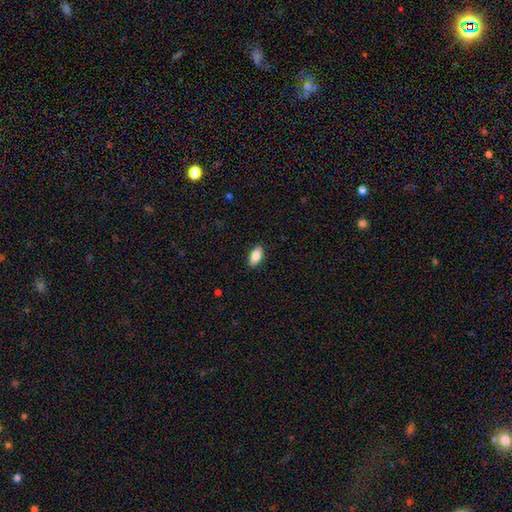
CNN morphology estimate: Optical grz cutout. It shows a smooth galaxy with no disk features (85%) that is in between round and cigar-shaped (87%). Merging: none (89%).